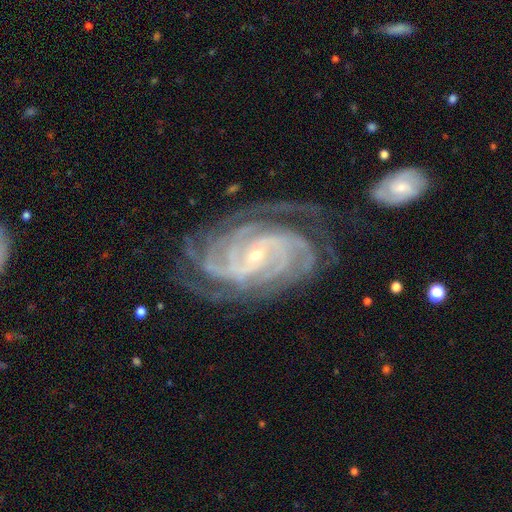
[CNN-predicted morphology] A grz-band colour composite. It shows a featured or disk galaxy (93%) with no bar (41%), 4 (34%) tight (77%) spiral arms (99%) and a small central bulge (81%). Merging: none (70%).